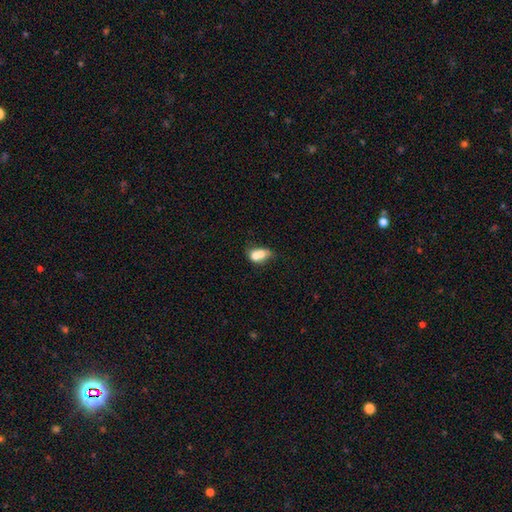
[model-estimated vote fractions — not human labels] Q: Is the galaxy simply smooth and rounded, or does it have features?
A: smooth — 69%.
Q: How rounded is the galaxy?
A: in between — 64%.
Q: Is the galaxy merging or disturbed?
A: merger — 65%.